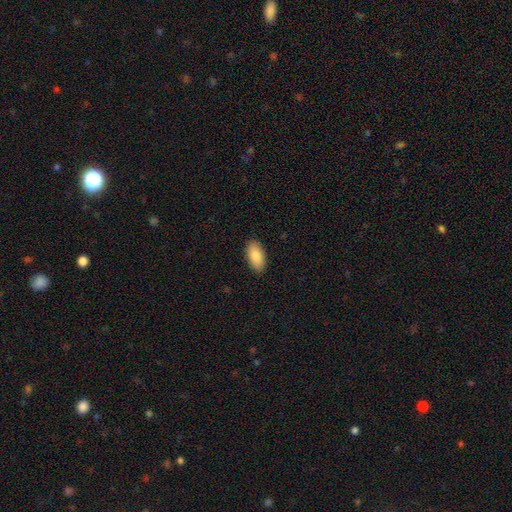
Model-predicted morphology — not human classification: This is clearly a smooth galaxy (87%). How rounded: clearly in between (93%). Merging: clearly none (90%).